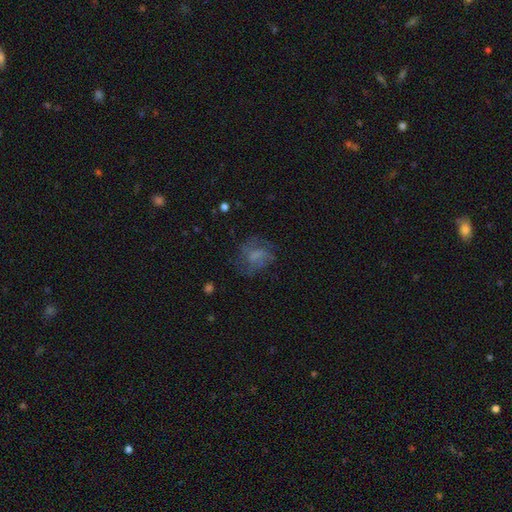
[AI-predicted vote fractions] Smooth or featured?
  - smooth: 45% *
  - featured or disk: 41%
  - star or artifact: 14%
Merging?
  - none: 54% *
  - major disturbance: 23%
  - minor disturbance: 21%
  - merger: 2%